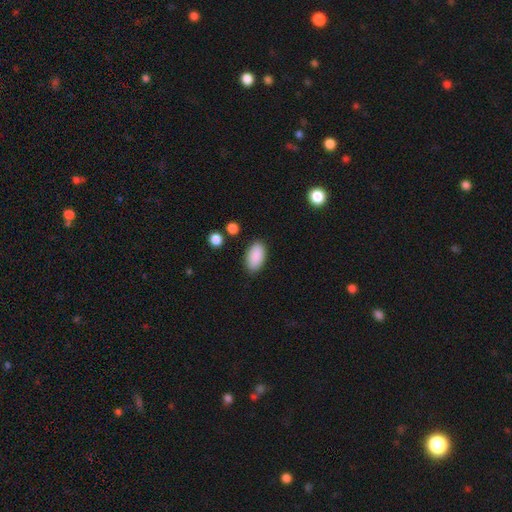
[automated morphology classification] Q: Smooth or featured?
A: smooth (90%); runner-up: star or artifact (7%)
Q: How rounded?
A: in between (94%); runner-up: round (3%)
Q: Merging?
A: none (86%); runner-up: minor disturbance (10%)